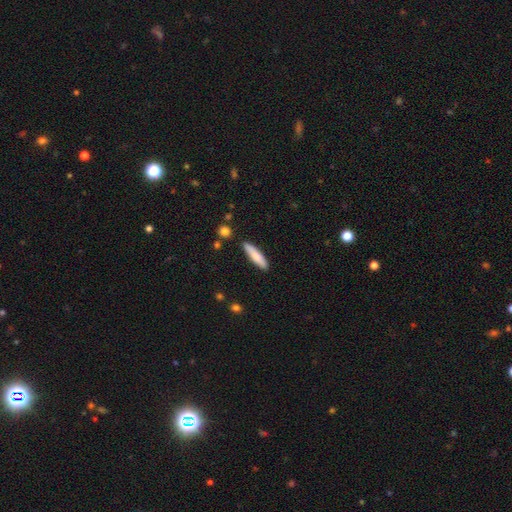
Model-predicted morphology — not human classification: smooth 79%, featured or disk 15%, star or artifact 6%. Down the decision tree: how rounded — cigar-shaped (80%); merging — none (86%).